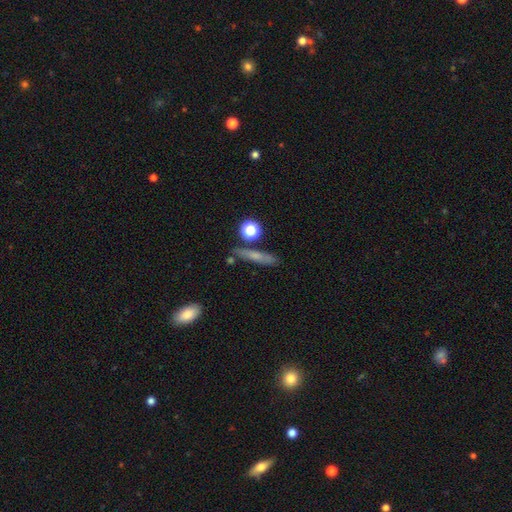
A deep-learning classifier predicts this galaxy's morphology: type=smooth (55%); roundness=cigar-shaped (74%); merging=none (77%).